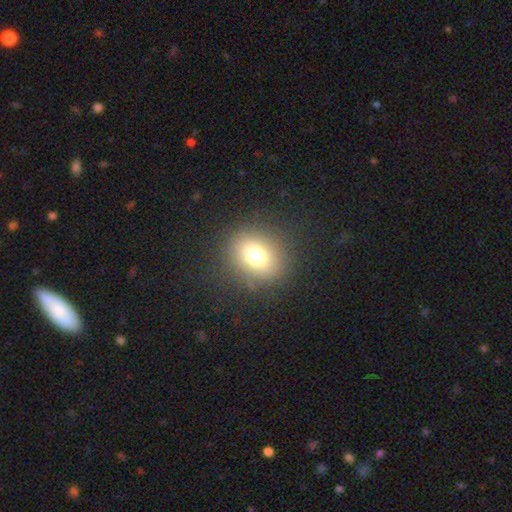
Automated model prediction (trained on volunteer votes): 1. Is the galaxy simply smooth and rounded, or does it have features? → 72% smooth, 17% star or artifact, 11% featured or disk.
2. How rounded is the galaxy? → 73% round, 26% in between, 1% cigar-shaped.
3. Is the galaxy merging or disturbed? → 86% none, 8% minor disturbance, 5% major disturbance, 1% merger.